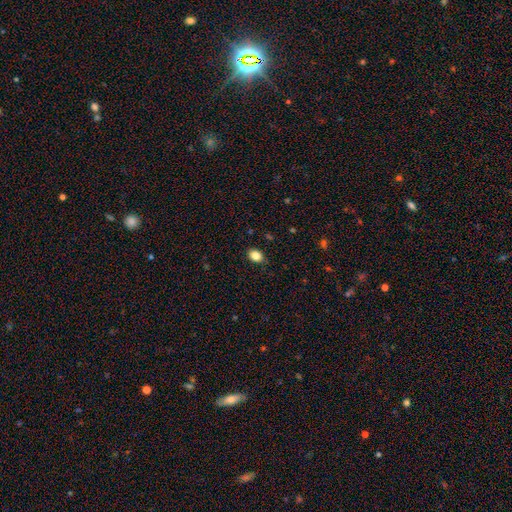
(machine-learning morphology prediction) Smooth or featured? smooth (85%)
How rounded? in between (63%)
Merging? none (87%)